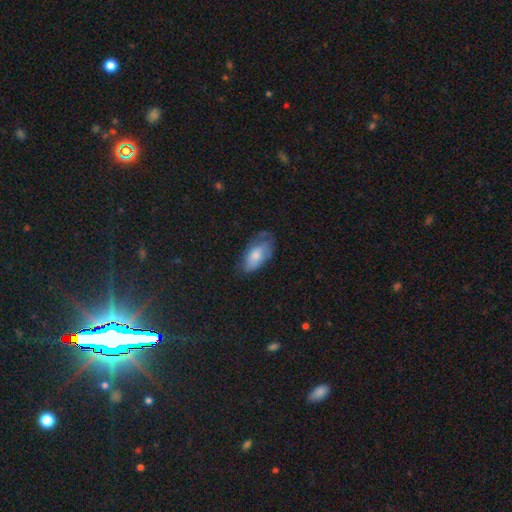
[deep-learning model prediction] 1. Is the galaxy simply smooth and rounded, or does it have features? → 71% smooth, 22% featured or disk, 7% star or artifact.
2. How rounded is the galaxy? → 90% in between, 7% cigar-shaped, 3% round.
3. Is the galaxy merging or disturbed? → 47% none, 34% minor disturbance, 16% major disturbance, 2% merger.